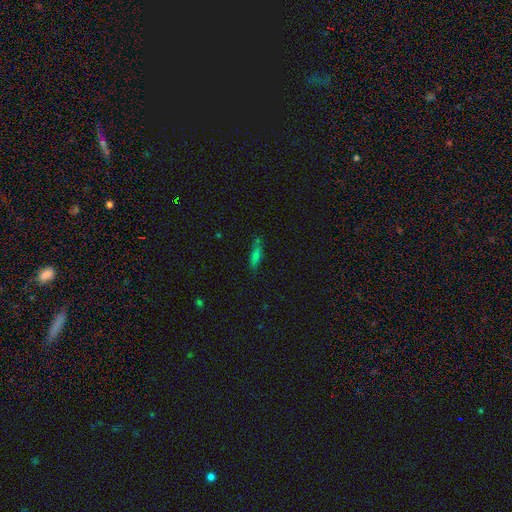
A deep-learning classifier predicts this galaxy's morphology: Smooth or featured?
  - smooth: 59% *
  - featured or disk: 24%
  - star or artifact: 17%
How rounded?
  - cigar-shaped: 71% *
  - in between: 26%
  - round: 3%
Merging?
  - none: 75% *
  - minor disturbance: 17%
  - major disturbance: 4%
  - merger: 4%